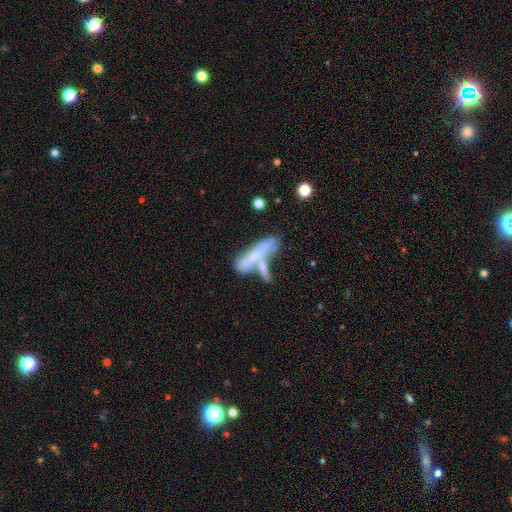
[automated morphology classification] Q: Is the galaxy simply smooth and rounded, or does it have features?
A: smooth — 52%.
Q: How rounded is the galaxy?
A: cigar-shaped — 76%.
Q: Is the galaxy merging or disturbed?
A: merger — 44%.